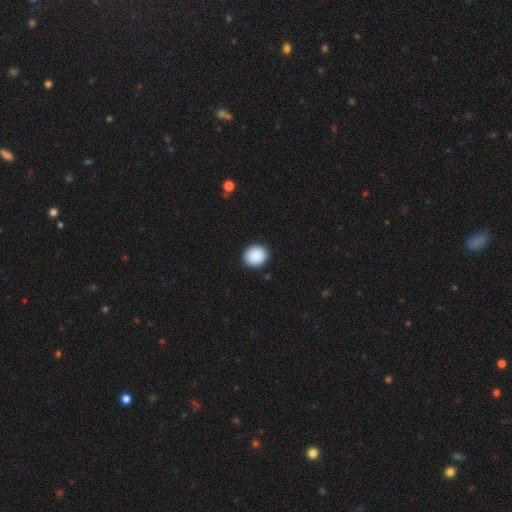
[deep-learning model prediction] Smooth or featured?
  - smooth: 90% *
  - star or artifact: 7%
  - featured or disk: 3%
How rounded?
  - round: 81% *
  - in between: 18%
  - cigar-shaped: 1%
Merging?
  - none: 92% *
  - minor disturbance: 6%
  - major disturbance: 2%
  - merger: 1%